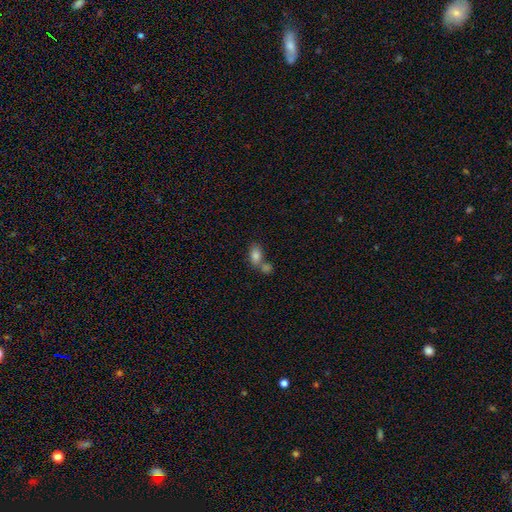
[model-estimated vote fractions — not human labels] Smooth or featured? smooth (82%)
How rounded? in between (79%)
Merging? merger (45%)